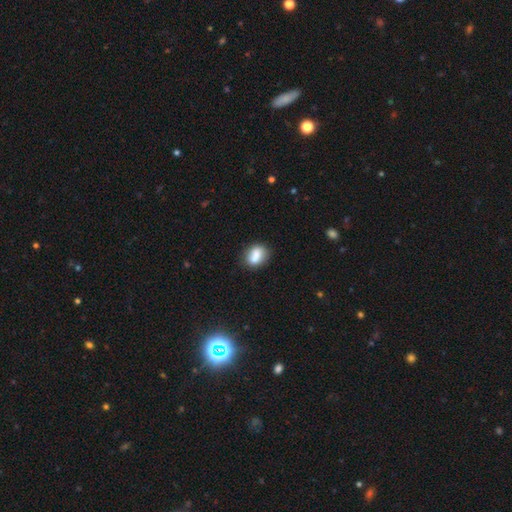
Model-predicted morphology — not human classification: Smooth or featured?
  - smooth: 80% *
  - featured or disk: 12%
  - star or artifact: 9%
How rounded?
  - in between: 64% *
  - round: 33%
  - cigar-shaped: 3%
Merging?
  - none: 63% *
  - minor disturbance: 19%
  - merger: 13%
  - major disturbance: 5%